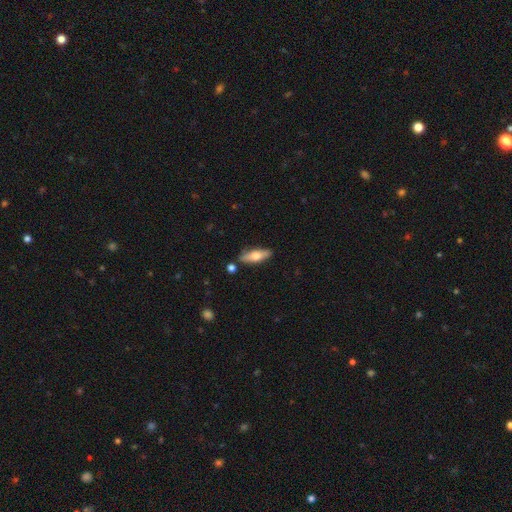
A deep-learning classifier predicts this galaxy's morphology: A smooth galaxy with no disk features (57%) that is in between round and cigar-shaped (54%).

Vote fractions:
- Smooth or featured? smooth: 57% / featured or disk: 37% / star or artifact: 6%
- How rounded? in between: 54% / cigar-shaped: 43% / round: 3%
- Merging? none: 83% / minor disturbance: 11% / merger: 4% / major disturbance: 2%